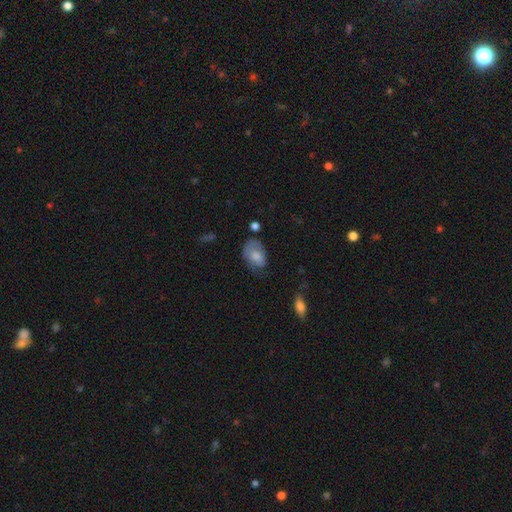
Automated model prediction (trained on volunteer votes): smooth-or-featured: smooth: 68% | featured or disk: 25% | star or artifact: 7%
  how-rounded: in between: 86% | round: 13% | cigar-shaped: 1%
  merging: none: 39% | minor disturbance: 36% | major disturbance: 22% | merger: 3%